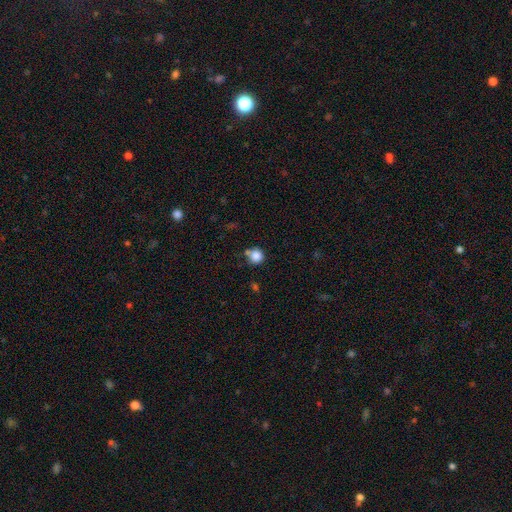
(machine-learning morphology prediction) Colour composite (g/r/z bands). It shows a smooth galaxy with no disk features (85%) that is round (92%). Merging: none (67%).